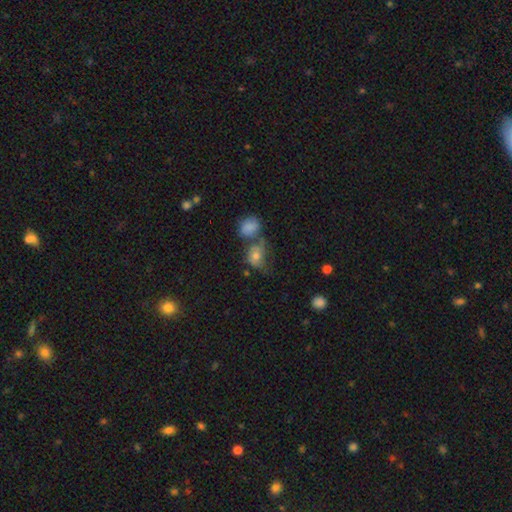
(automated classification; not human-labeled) Overall: smooth (68%). How rounded: round (51%; in between 48%). Merging: merger (35%; none 31%).